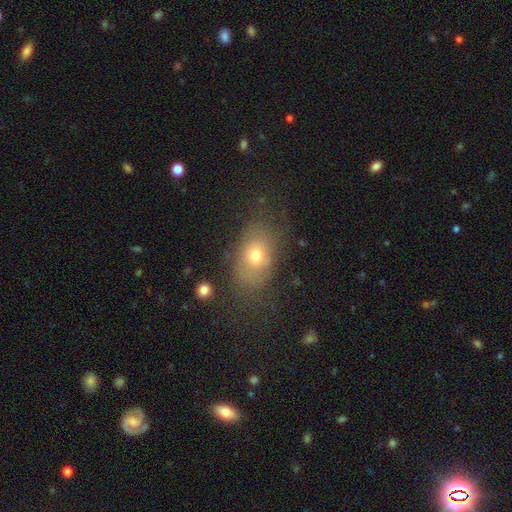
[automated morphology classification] This appears to be a smooth galaxy with no disk features (68%) that is in between round and cigar-shaped (76%). Merging: none (64%).